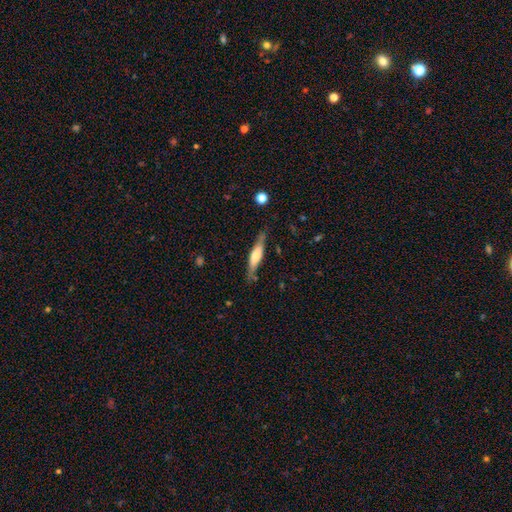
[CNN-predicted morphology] smooth 47% (tied), featured or disk 47% (tied), star or artifact 6%. Down the decision tree: merging — none (77%).